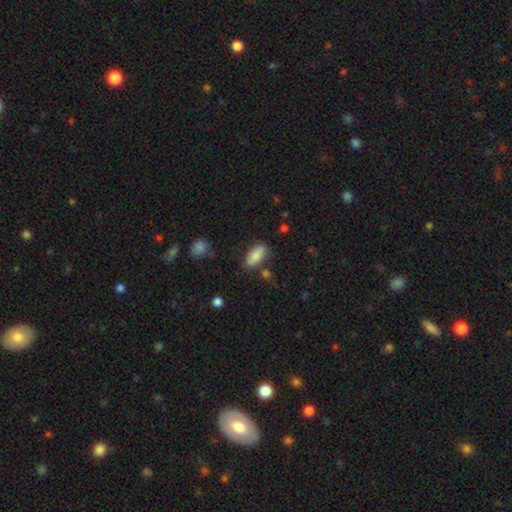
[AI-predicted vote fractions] smooth_or_featured: smooth (p=0.84) [alt: featured or disk p=0.08]
how_rounded: in between (p=0.88) [alt: cigar-shaped p=0.10]
merging: none (p=0.73) [alt: minor disturbance p=0.17]